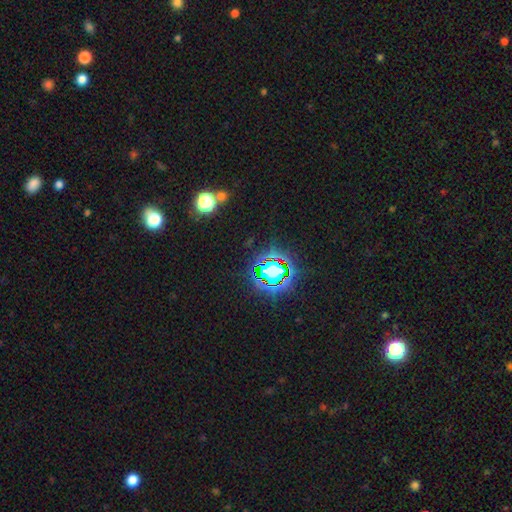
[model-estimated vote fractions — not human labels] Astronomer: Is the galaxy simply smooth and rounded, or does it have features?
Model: star or artifact — 79%.